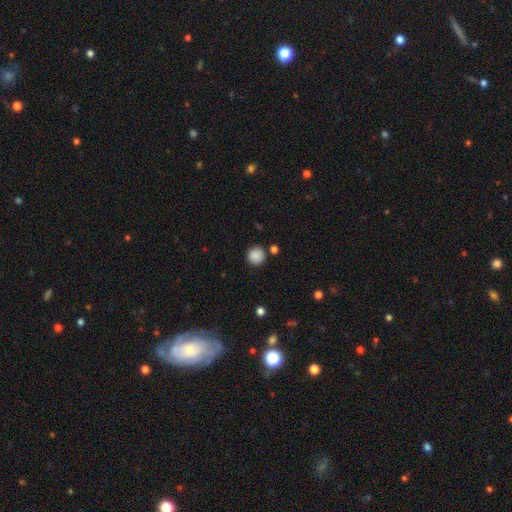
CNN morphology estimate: Smooth or featured: smooth — 88% (star or artifact — 9%)
How rounded: round — 94% (in between — 5%)
Merging: none — 86% (minor disturbance — 8%)